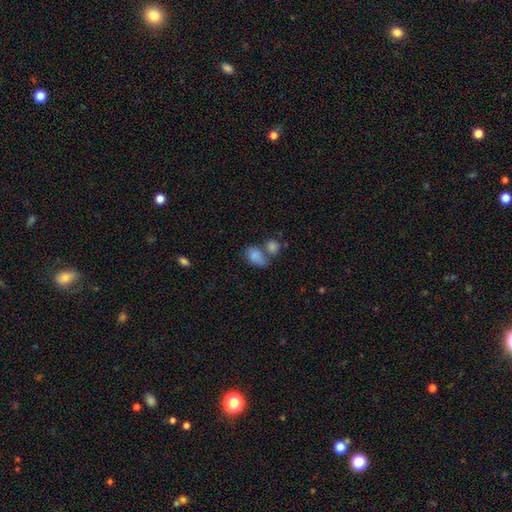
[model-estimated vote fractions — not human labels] A smooth galaxy with no disk features (80%) that is in between round and cigar-shaped (80%). Merging: merger (49%).